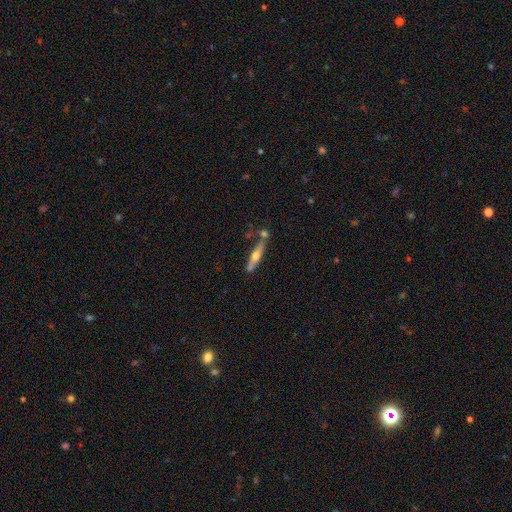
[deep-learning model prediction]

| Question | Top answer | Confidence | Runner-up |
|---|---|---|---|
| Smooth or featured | featured or disk | 57% | smooth (37%) |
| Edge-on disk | yes | 92% | no (8%) |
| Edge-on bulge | rounded | 91% | none (5%) |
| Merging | none | 66% | merger (16%) |